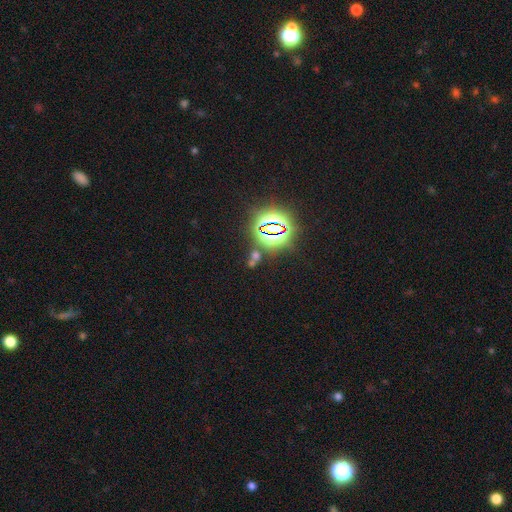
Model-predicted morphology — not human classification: star or artifact 74%, smooth 17%, featured or disk 9%.